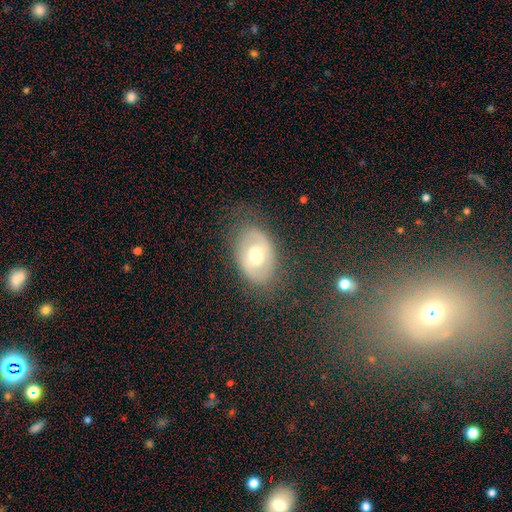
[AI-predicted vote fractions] This is possibly a featured or disk galaxy (49%). Merging: clearly none (80%).